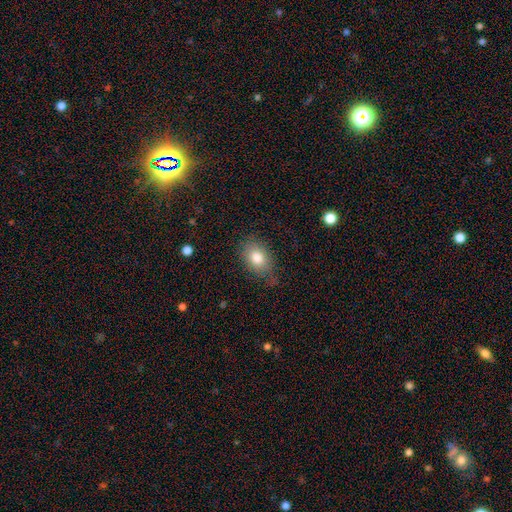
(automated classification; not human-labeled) smooth 81%, featured or disk 11%, star or artifact 8%. Down the decision tree: how rounded — in between (81%); merging — none (69%).